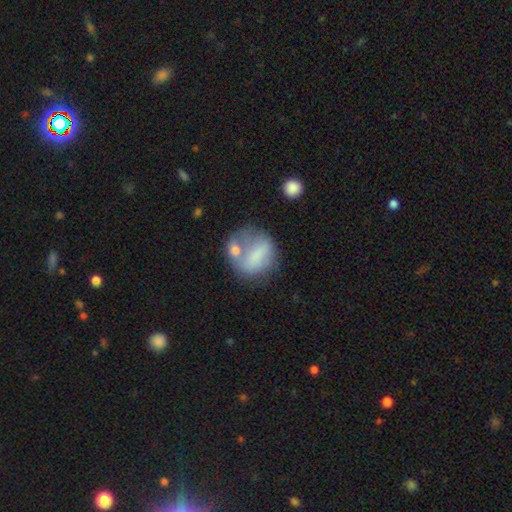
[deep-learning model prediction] smooth 61%, featured or disk 30%, star or artifact 9%. Down the decision tree: how rounded — round (62%); merging — none (37%).